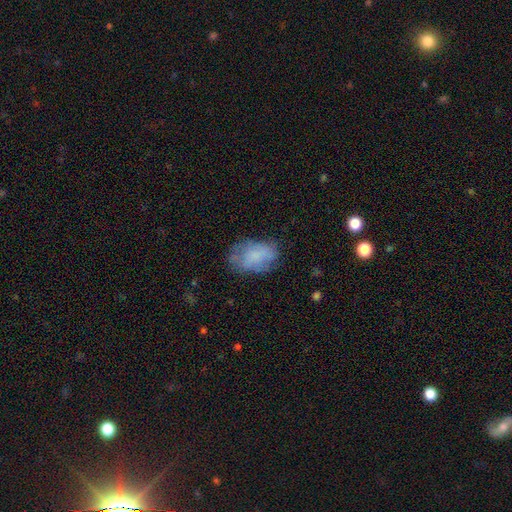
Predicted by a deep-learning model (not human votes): Morphology: type=smooth (67%); roundness=in between (88%); merging=none (63%).